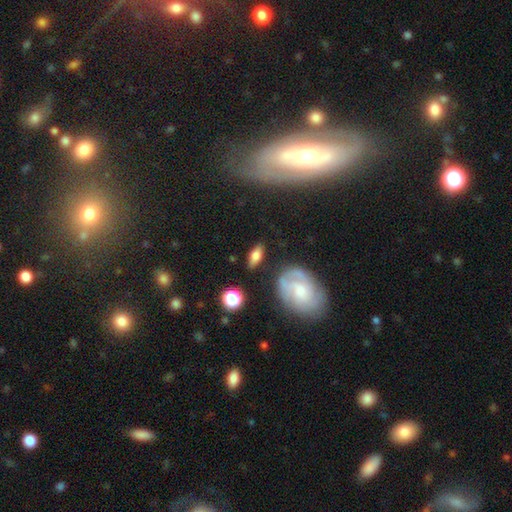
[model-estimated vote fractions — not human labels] Smooth or featured? smooth (62%)
How rounded? in between (71%)
Merging? none (80%)